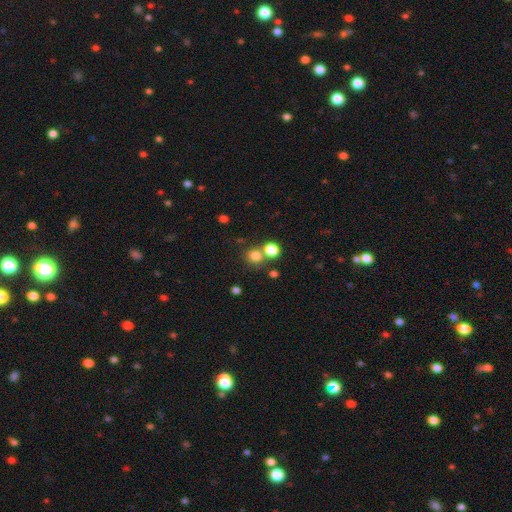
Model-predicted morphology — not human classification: smooth-or-featured: smooth: 77% | star or artifact: 16% | featured or disk: 7%
  how-rounded: round: 80% | in between: 19% | cigar-shaped: 1%
  merging: none: 61% | merger: 27% | minor disturbance: 8% | major disturbance: 4%